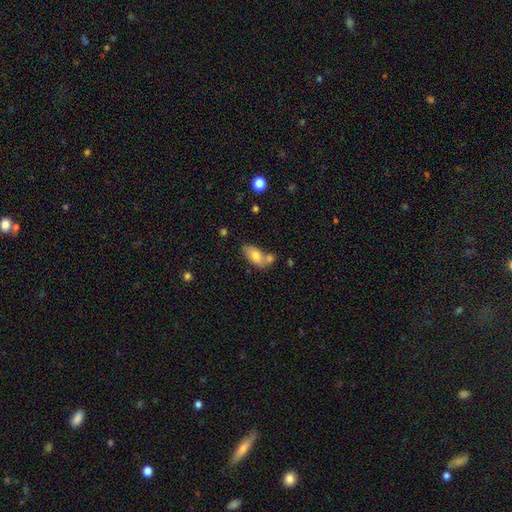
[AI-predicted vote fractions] Morphology: type=smooth (70%); roundness=in between (91%); merging=none (40%).